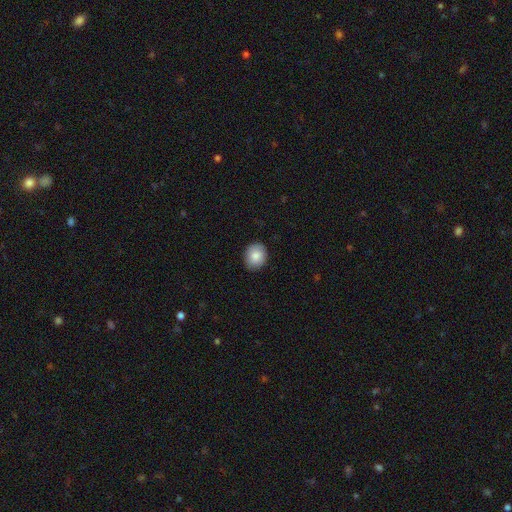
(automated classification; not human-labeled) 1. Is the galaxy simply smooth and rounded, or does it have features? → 86% smooth, 7% star or artifact, 7% featured or disk.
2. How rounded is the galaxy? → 64% round, 35% in between, 1% cigar-shaped.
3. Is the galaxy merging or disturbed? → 87% none, 10% minor disturbance, 2% major disturbance, 1% merger.